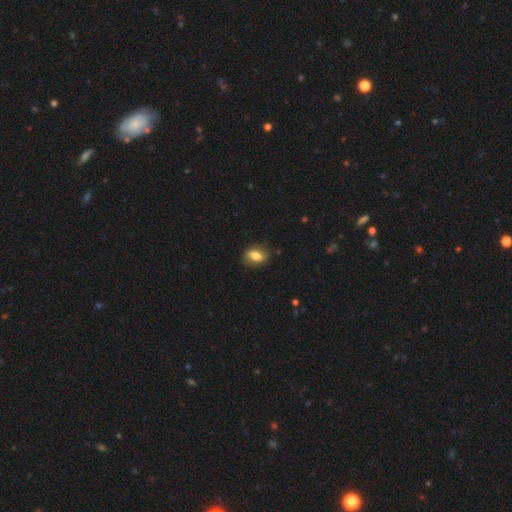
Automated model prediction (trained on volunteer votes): Morphology: type=smooth (70%); roundness=in between (76%); merging=none (79%).